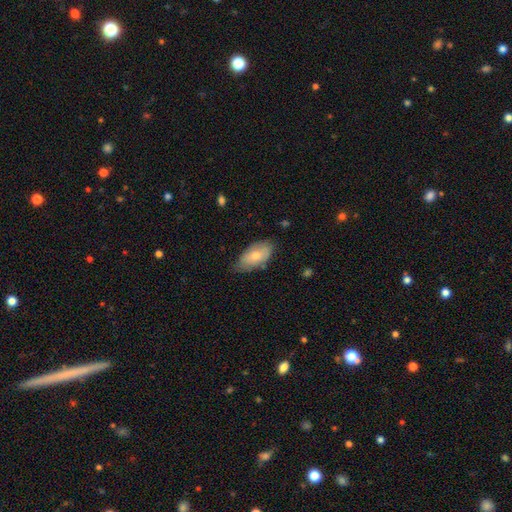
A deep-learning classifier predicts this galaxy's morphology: A smooth galaxy with no disk features (73%) that is in between round and cigar-shaped (94%).

Vote fractions:
- Smooth or featured? smooth: 73% / featured or disk: 21% / star or artifact: 6%
- How rounded? in between: 94% / round: 3% / cigar-shaped: 3%
- Merging? none: 64% / minor disturbance: 29% / major disturbance: 5% / merger: 2%